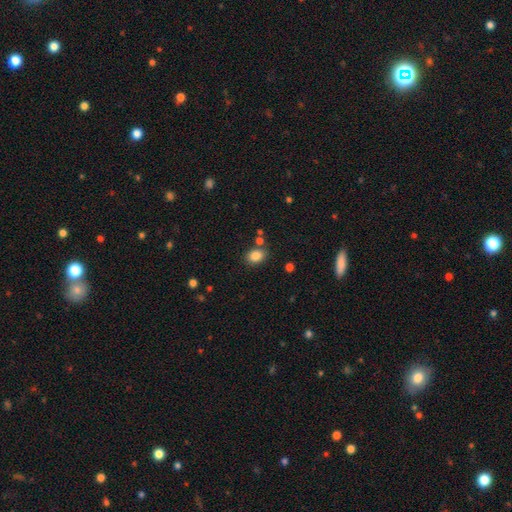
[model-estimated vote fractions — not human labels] This is clearly a smooth galaxy (84%). How rounded: likely in between (68%). Merging: likely none (78%).